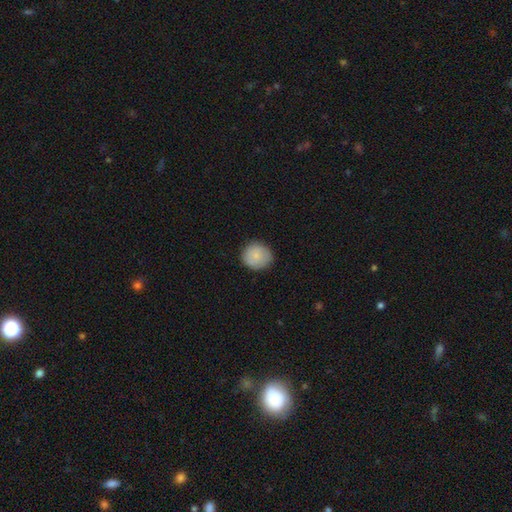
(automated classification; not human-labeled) Smooth or featured: smooth — 84% (featured or disk — 9%)
How rounded: round — 89% (in between — 10%)
Merging: none — 85% (minor disturbance — 12%)